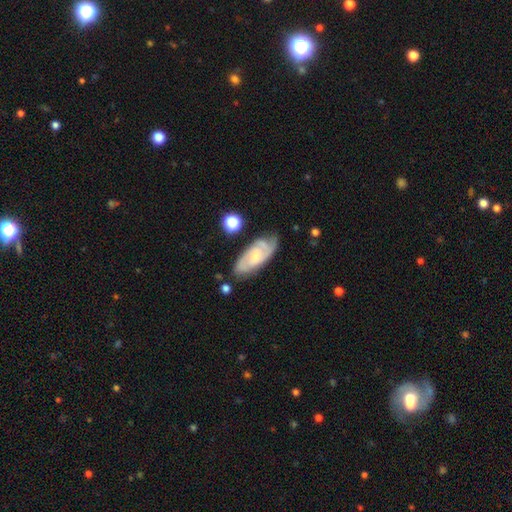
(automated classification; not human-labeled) This appears to be a featured or disk galaxy (74%) with no bar (56%), 2 (49%) tight (51%) spiral arms (93%) and a small central bulge (57%). Merging: none (71%).